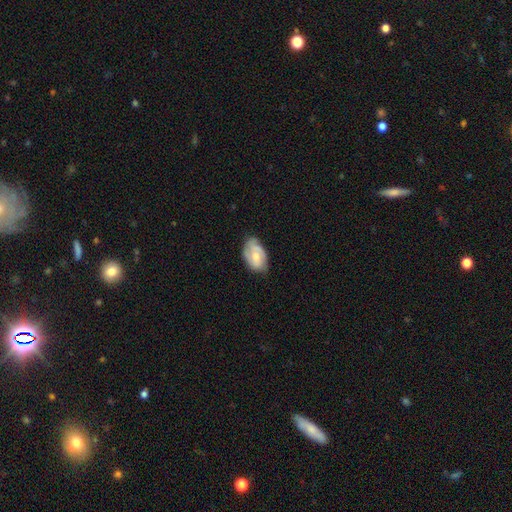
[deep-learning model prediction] This is possibly a smooth galaxy (51%). How rounded: clearly in between (91%). Merging: likely none (61%).